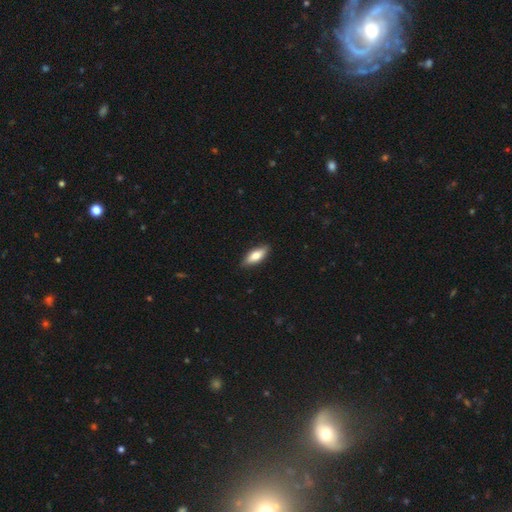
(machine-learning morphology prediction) type=smooth (77%); roundness=in between (69%); merging=none (87%).